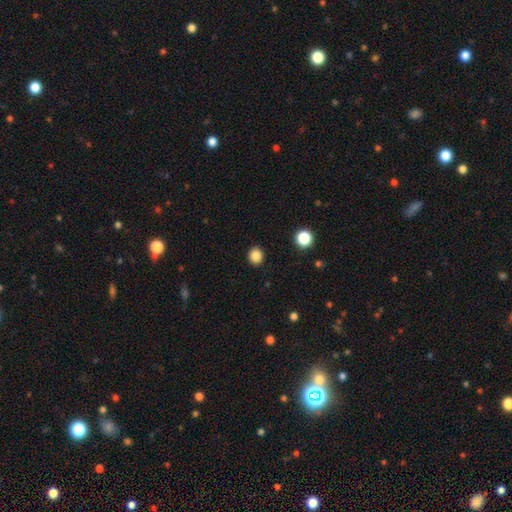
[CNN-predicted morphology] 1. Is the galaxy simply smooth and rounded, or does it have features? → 85% smooth, 11% star or artifact, 4% featured or disk.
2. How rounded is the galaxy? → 81% round, 18% in between, 1% cigar-shaped.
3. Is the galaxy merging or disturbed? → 91% none, 6% minor disturbance, 2% major disturbance, 1% merger.